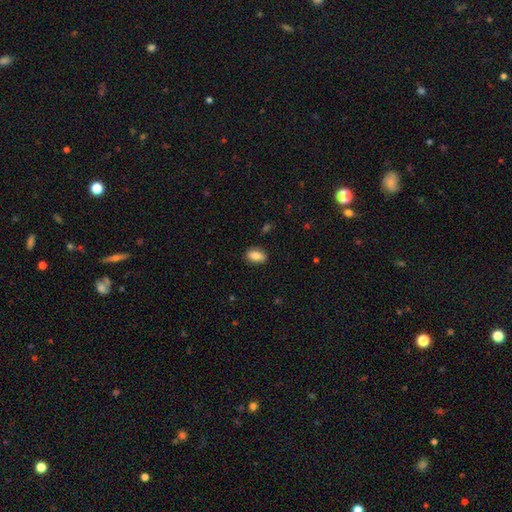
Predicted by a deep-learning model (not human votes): smooth_or_featured: smooth (p=0.83) [alt: featured or disk p=0.09]
how_rounded: in between (p=0.88) [alt: round p=0.08]
merging: none (p=0.85) [alt: minor disturbance p=0.11]